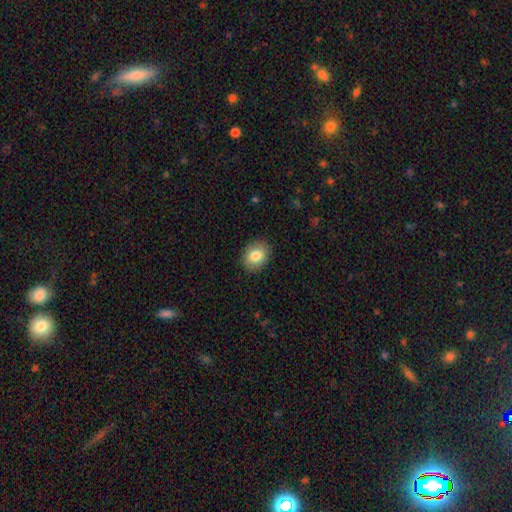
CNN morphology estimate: Q: Smooth or featured?
A: smooth (82%); runner-up: featured or disk (10%)
Q: How rounded?
A: in between (54%); runner-up: round (45%)
Q: Merging?
A: none (88%); runner-up: minor disturbance (8%)